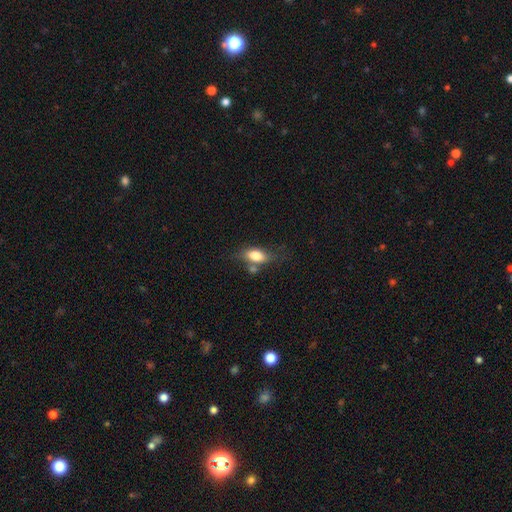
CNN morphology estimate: Smooth or featured?
  - smooth: 76% *
  - featured or disk: 16%
  - star or artifact: 8%
How rounded?
  - in between: 83% *
  - cigar-shaped: 10%
  - round: 8%
Merging?
  - none: 51% *
  - minor disturbance: 21%
  - merger: 20%
  - major disturbance: 8%